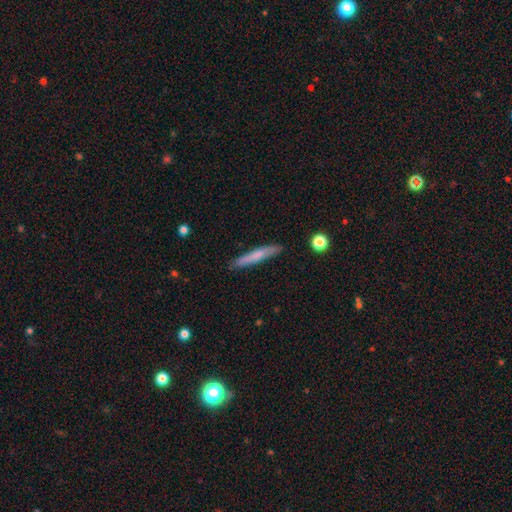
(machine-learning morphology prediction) A smooth galaxy with no disk features (64%) that is cigar-shaped (95%).

Vote fractions:
- Smooth or featured? smooth: 64% / featured or disk: 30% / star or artifact: 6%
- How rounded? cigar-shaped: 95% / in between: 4% / round: 1%
- Merging? none: 88% / minor disturbance: 8% / major disturbance: 2% / merger: 1%